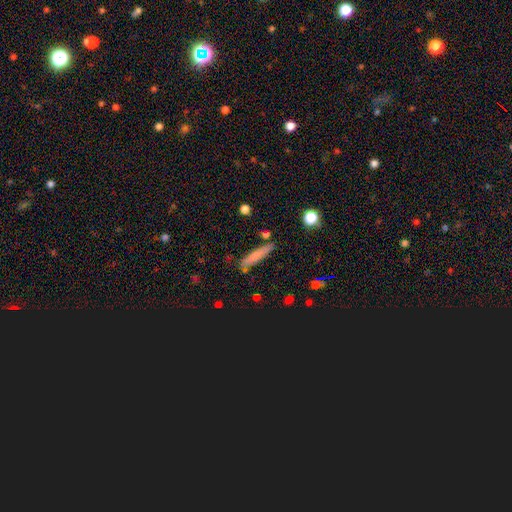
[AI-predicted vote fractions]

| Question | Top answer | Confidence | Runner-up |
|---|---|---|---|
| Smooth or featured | smooth | 72% | featured or disk (19%) |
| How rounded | cigar-shaped | 90% | in between (8%) |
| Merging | none | 83% | minor disturbance (11%) |